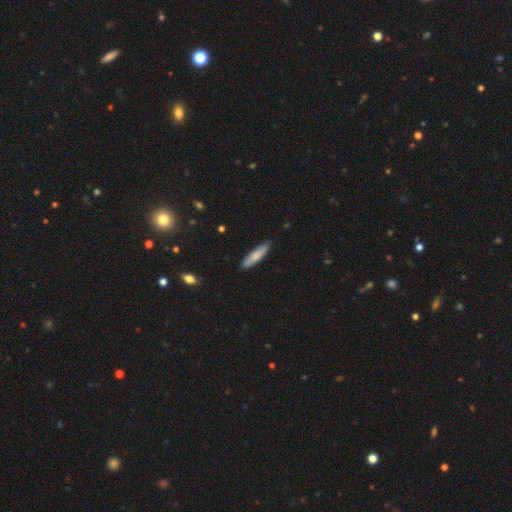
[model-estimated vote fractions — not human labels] This is likely a smooth galaxy (75%). How rounded: likely cigar-shaped (73%). Merging: clearly none (84%).